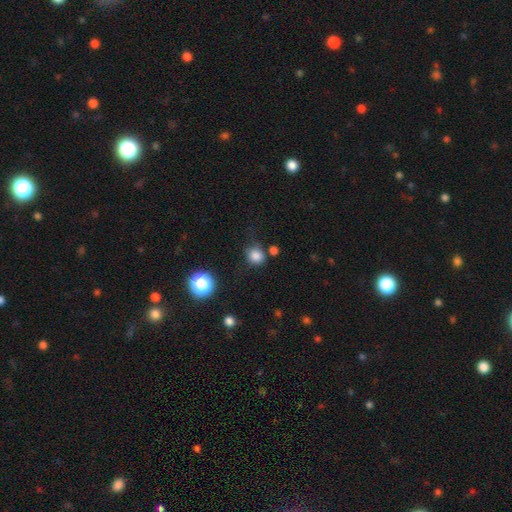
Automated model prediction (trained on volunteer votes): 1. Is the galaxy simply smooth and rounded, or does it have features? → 81% smooth, 14% star or artifact, 5% featured or disk.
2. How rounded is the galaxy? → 83% round, 16% in between, 1% cigar-shaped.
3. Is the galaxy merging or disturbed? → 65% none, 20% minor disturbance, 7% merger, 7% major disturbance.